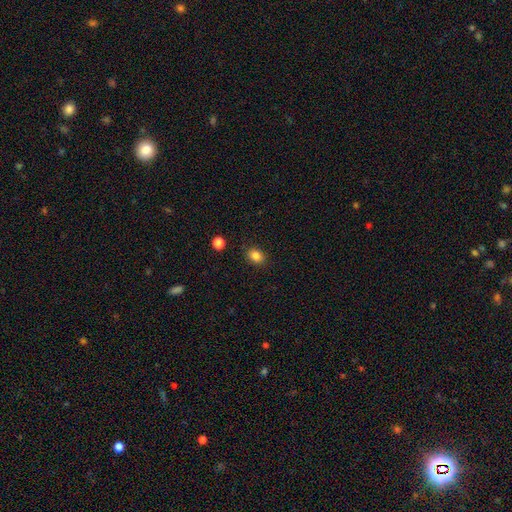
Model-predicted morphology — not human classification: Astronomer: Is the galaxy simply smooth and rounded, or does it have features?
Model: smooth — 85%.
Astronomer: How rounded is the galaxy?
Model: in between — 64%.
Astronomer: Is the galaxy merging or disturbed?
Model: none — 86%.